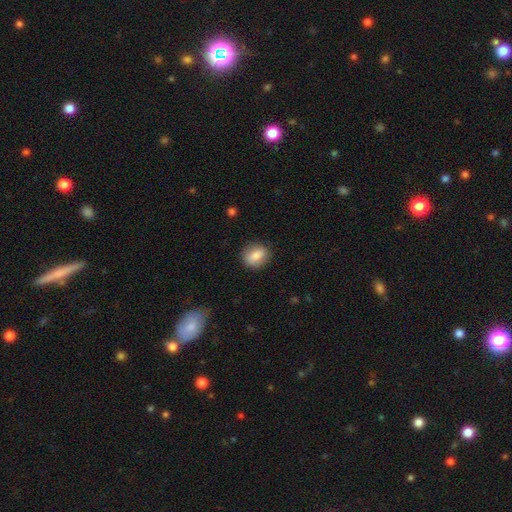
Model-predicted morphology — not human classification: Overall: smooth (83%). How rounded: in between (51%; round 47%). Merging: none (83%).